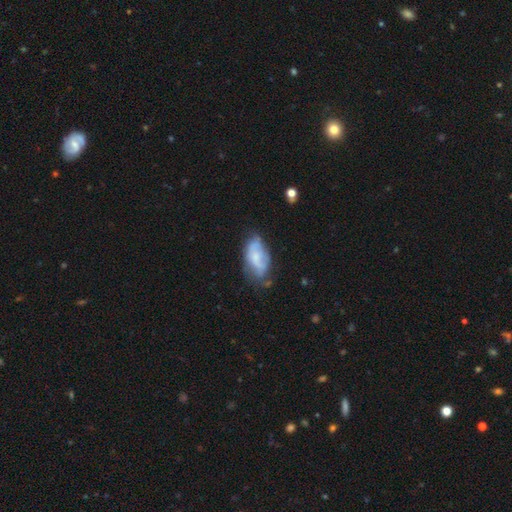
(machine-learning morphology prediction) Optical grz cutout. It shows a smooth galaxy with no disk features (48%). Merging: none (41%).